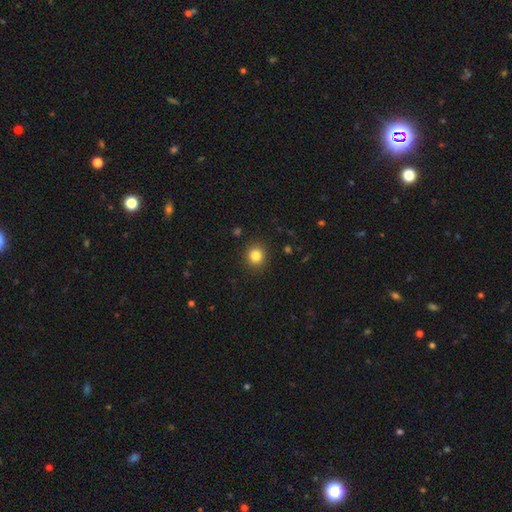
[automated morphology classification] A smooth galaxy with no disk features (84%) that is round (87%). Merging: none (90%).